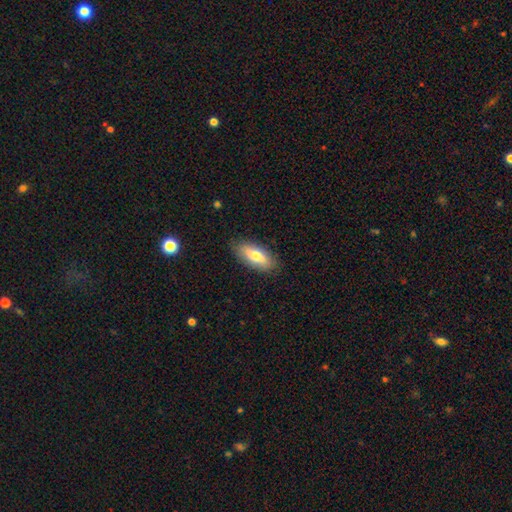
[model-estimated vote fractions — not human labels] Smooth or featured?
  - smooth: 68% *
  - featured or disk: 25%
  - star or artifact: 6%
How rounded?
  - in between: 79% *
  - cigar-shaped: 18%
  - round: 3%
Merging?
  - none: 86% *
  - minor disturbance: 11%
  - major disturbance: 2%
  - merger: 1%